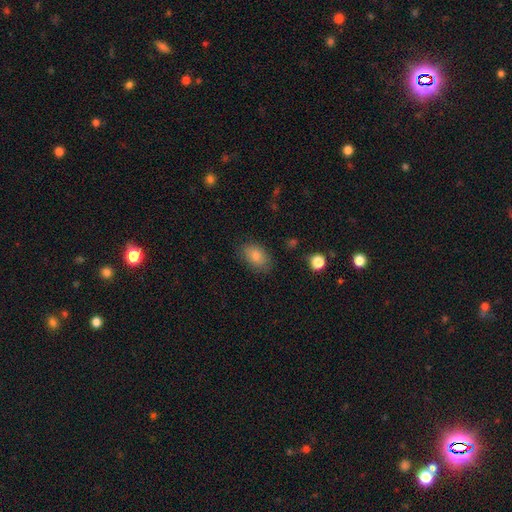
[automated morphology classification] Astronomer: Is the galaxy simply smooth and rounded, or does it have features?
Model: smooth — 81%.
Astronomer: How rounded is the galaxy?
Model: in between — 87%.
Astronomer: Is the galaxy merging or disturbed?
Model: none — 82%.